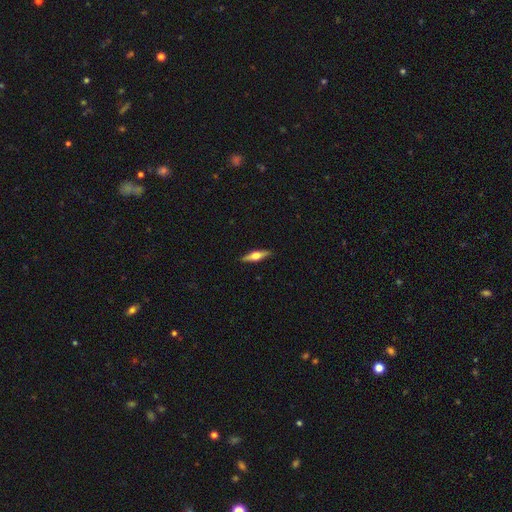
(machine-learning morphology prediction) Smooth or featured?
  - featured or disk: 60% *
  - smooth: 35%
  - star or artifact: 6%
Edge-on disk?
  - yes: 95% *
  - no: 5%
Edge-on bulge?
  - rounded: 93% *
  - boxy: 4%
  - none: 2%
Merging?
  - none: 90% *
  - minor disturbance: 7%
  - major disturbance: 2%
  - merger: 1%